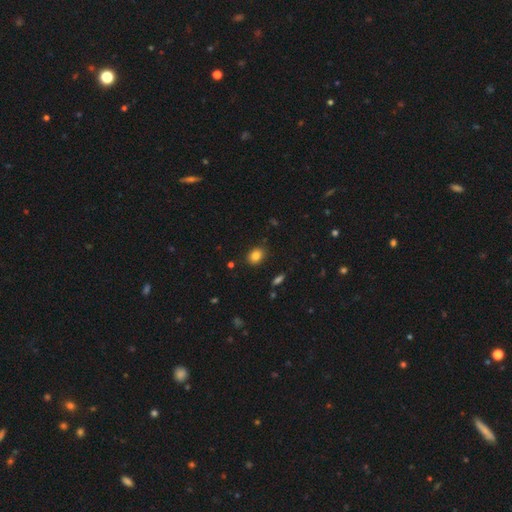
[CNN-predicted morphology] Smooth or featured? smooth (84%)
How rounded? in between (60%)
Merging? none (86%)